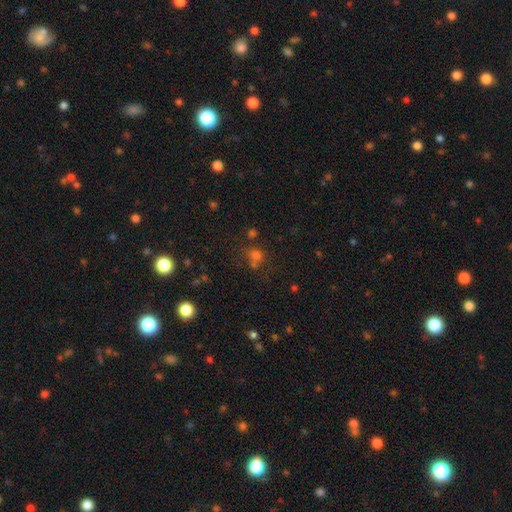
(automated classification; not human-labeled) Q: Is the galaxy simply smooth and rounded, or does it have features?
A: smooth — 59%.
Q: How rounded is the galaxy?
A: round — 78%.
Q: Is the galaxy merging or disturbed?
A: none — 55%.